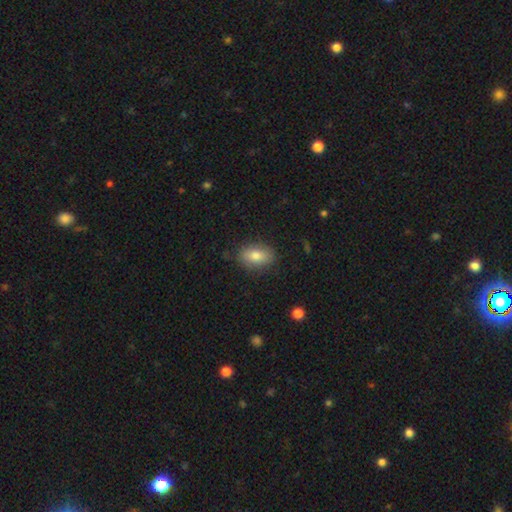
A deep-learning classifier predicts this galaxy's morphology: Overall: smooth (79%). How rounded: in between (86%). Merging: none (83%).